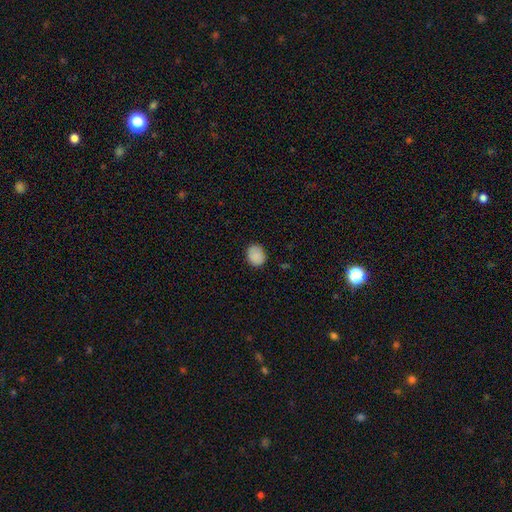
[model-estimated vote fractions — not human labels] This appears to be a smooth galaxy with no disk features (87%) that is round (62%). Merging: none (82%).